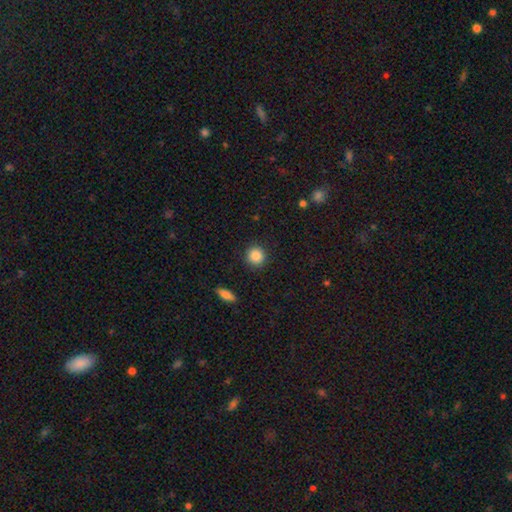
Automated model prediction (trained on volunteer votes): smooth-or-featured: smooth: 87% | star or artifact: 9% | featured or disk: 4%
  how-rounded: round: 92% | in between: 7% | cigar-shaped: 1%
  merging: none: 91% | minor disturbance: 6% | major disturbance: 2% | merger: 1%